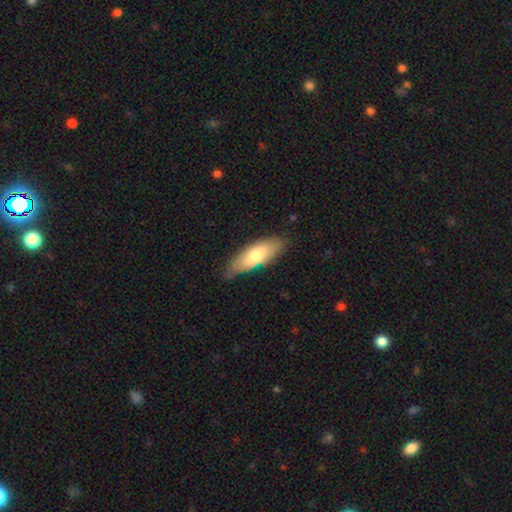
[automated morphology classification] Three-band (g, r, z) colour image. It shows a smooth galaxy with no disk features (71%) that is in between round and cigar-shaped (61%). Merging: none (77%).